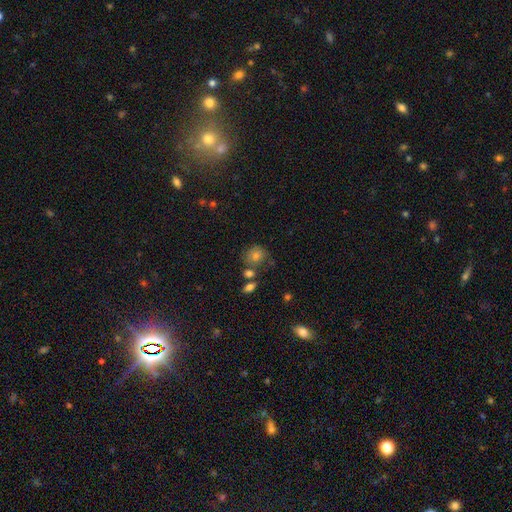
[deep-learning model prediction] A smooth galaxy with no disk features (75%) that is round (76%).

Vote fractions:
- Smooth or featured? smooth: 75% / featured or disk: 13% / star or artifact: 12%
- How rounded? round: 76% / in between: 23% / cigar-shaped: 1%
- Merging? none: 64% / minor disturbance: 16% / merger: 14% / major disturbance: 6%